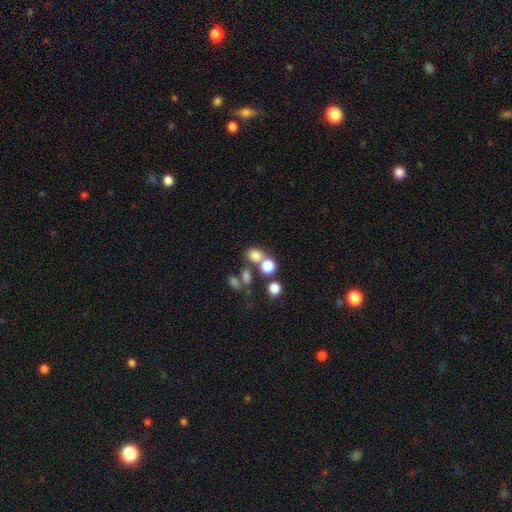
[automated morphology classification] The model was most divided on "merging": none: 46%, merger: 40%, minor disturbance: 9%, major disturbance: 5%. More confident: smooth or featured — smooth (75%); how rounded — round (68%).